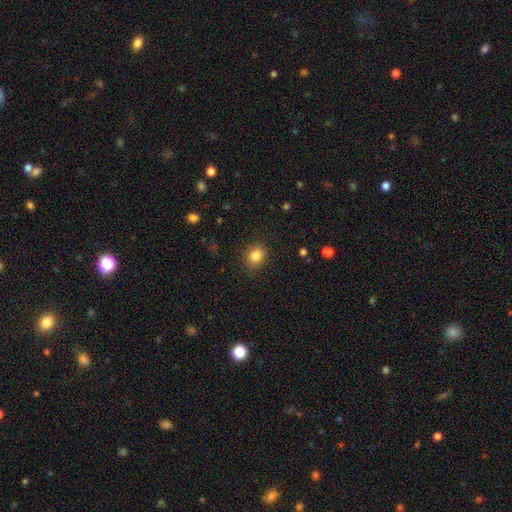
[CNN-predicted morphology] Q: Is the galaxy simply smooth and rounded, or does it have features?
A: smooth — 83%.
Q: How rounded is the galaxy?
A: round — 65%.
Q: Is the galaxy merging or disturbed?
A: none — 88%.